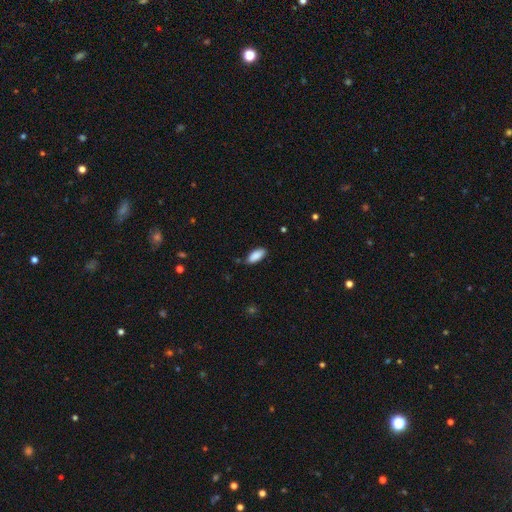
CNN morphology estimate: The model was most divided on "merging": none: 82%, minor disturbance: 14%, major disturbance: 2%, merger: 2%. More confident: smooth or featured — smooth (89%); how rounded — in between (85%).